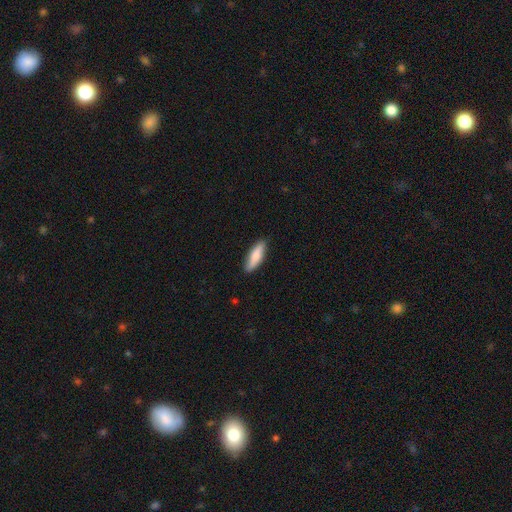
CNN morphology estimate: smooth_or_featured: smooth (p=0.77) [alt: featured or disk p=0.17]
how_rounded: cigar-shaped (p=0.57) [alt: in between p=0.41]
merging: none (p=0.86) [alt: minor disturbance p=0.11]